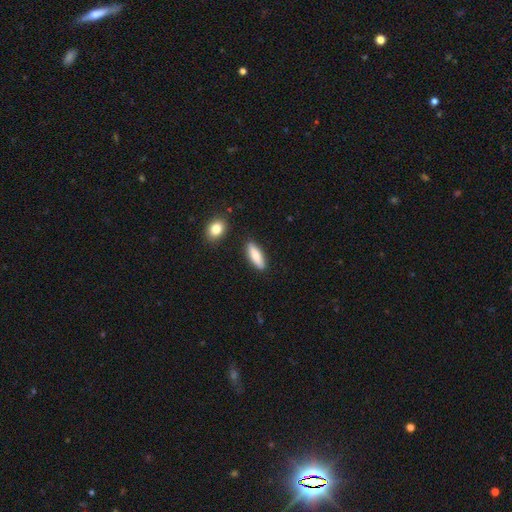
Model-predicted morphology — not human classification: Smooth or featured? smooth (81%)
How rounded? cigar-shaped (54%)
Merging? none (85%)